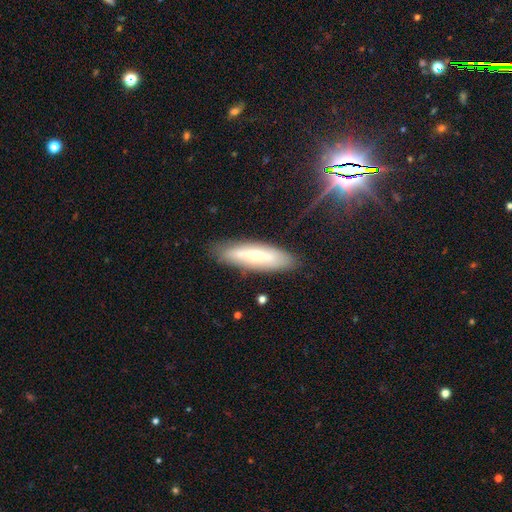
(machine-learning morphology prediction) A featured or disk galaxy (49%). Merging: none (82%).